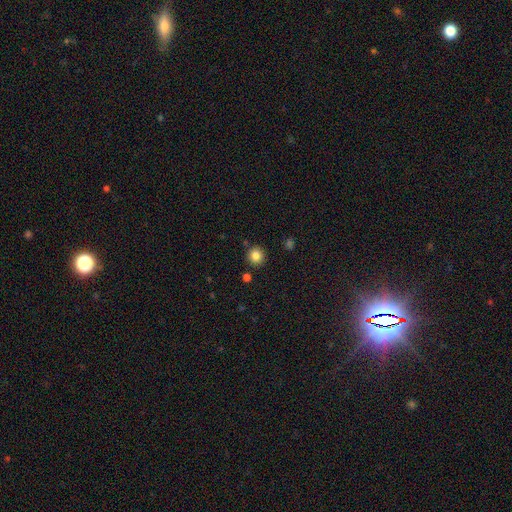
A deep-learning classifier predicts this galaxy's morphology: Smooth or featured? smooth (84%)
How rounded? round (94%)
Merging? none (89%)